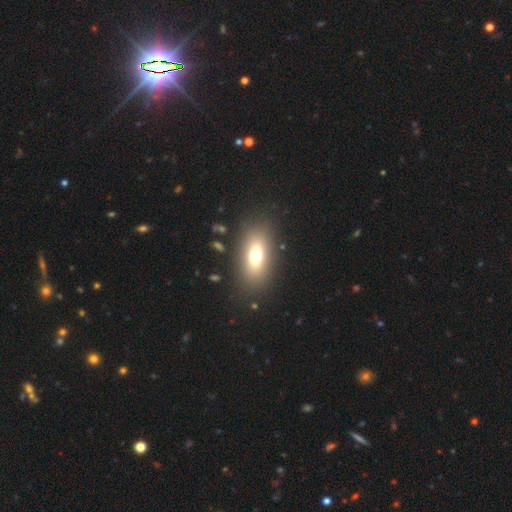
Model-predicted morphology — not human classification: smooth 70%, featured or disk 18%, star or artifact 12%. Down the decision tree: how rounded — in between (83%); merging — none (85%).